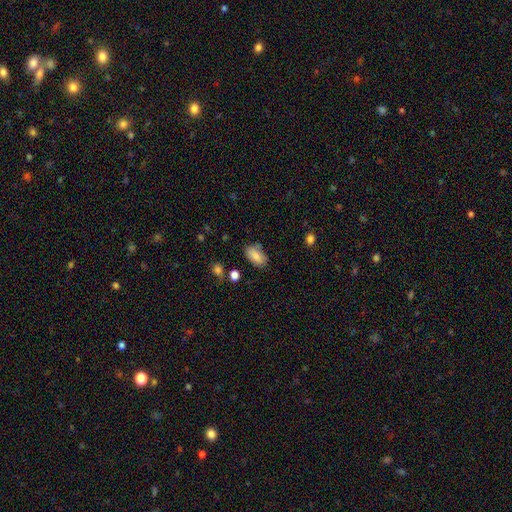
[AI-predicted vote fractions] Smooth or featured?
  - smooth: 83% *
  - featured or disk: 9%
  - star or artifact: 8%
How rounded?
  - in between: 93% *
  - round: 5%
  - cigar-shaped: 2%
Merging?
  - none: 76% *
  - minor disturbance: 17%
  - major disturbance: 4%
  - merger: 3%